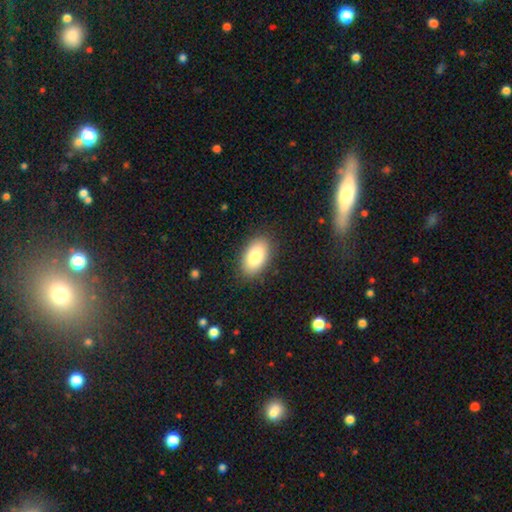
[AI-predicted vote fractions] Q: Smooth or featured?
A: smooth (83%); runner-up: featured or disk (10%)
Q: How rounded?
A: in between (94%); runner-up: round (5%)
Q: Merging?
A: none (87%); runner-up: minor disturbance (10%)